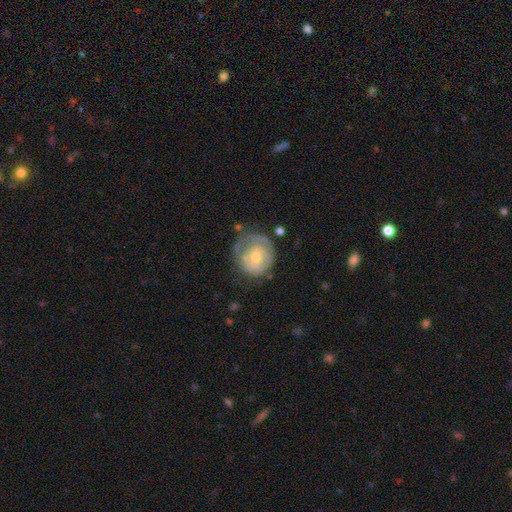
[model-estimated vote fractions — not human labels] Smooth or featured: featured or disk — 69% (smooth — 24%)
Edge-on disk: no — 97% (yes — 3%)
Bar: no — 74% (weak — 23%)
Spiral arms: yes — 76% (no — 24%)
Spiral winding: tight — 68% (medium — 23%)
Spiral arm count: can't tell — 40% (2 — 33%)
Bulge size: small — 50% (moderate — 45%)
Merging: none — 57% (minor disturbance — 25%)